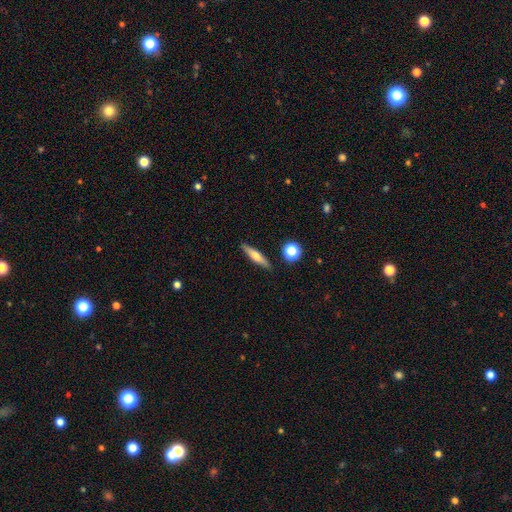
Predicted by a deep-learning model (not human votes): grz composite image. It shows a smooth galaxy with no disk features (53%) that is cigar-shaped (80%). Merging: none (88%).